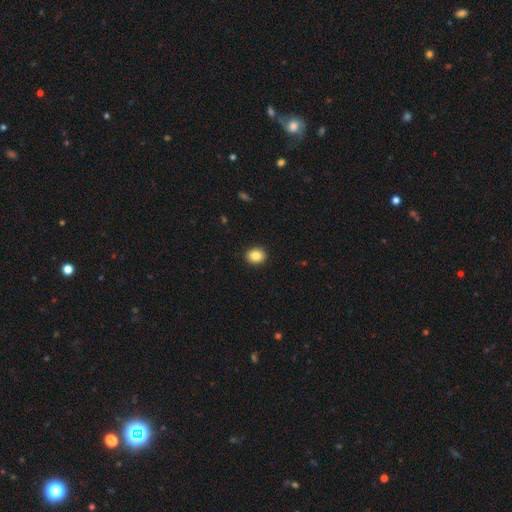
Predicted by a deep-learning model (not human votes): This appears to be a smooth galaxy with no disk features (85%) that is round (64%). Merging: none (91%).